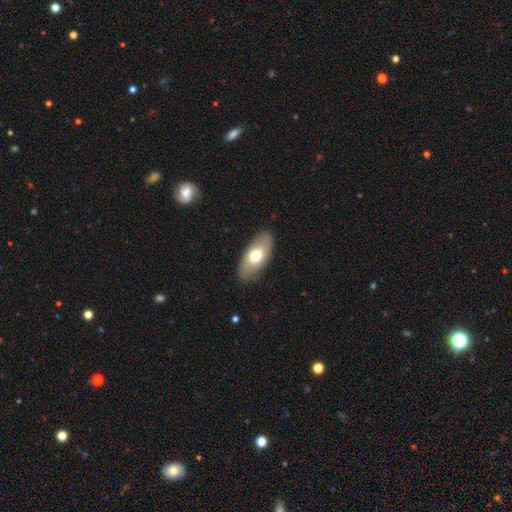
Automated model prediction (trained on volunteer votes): smooth-or-featured: smooth: 66% | featured or disk: 28% | star or artifact: 6%
  how-rounded: in between: 91% | cigar-shaped: 6% | round: 3%
  merging: none: 86% | minor disturbance: 11% | major disturbance: 3% | merger: 1%